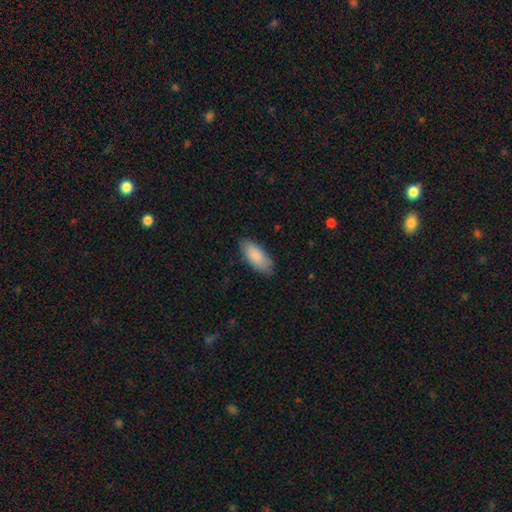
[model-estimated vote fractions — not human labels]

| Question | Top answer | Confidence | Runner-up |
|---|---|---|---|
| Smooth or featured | smooth | 87% | featured or disk (8%) |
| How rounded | in between | 85% | cigar-shaped (13%) |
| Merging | none | 83% | minor disturbance (14%) |